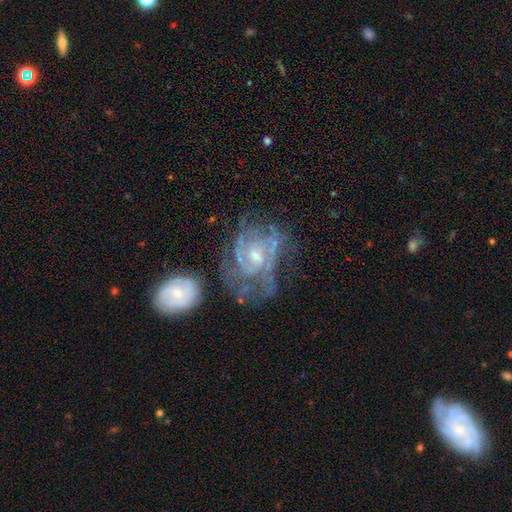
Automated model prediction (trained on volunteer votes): Smooth or featured? Predicted: featured or disk (p=0.82). Edge-on disk? Predicted: no (p=0.97). Bar? Predicted: no (p=0.59). Spiral arms? Predicted: yes (p=0.87). Spiral winding? Predicted: tight (p=0.52). Spiral arm count? Predicted: can't tell (p=0.38). Bulge size? Predicted: moderate (p=0.48). Merging? Predicted: none (p=0.46).